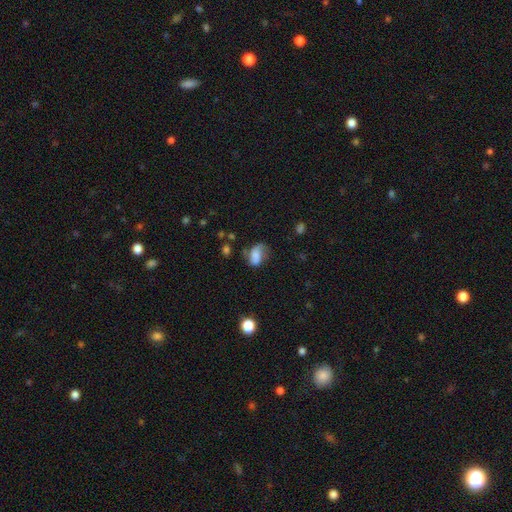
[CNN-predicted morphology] This appears to be a smooth galaxy with no disk features (66%) that is in between round and cigar-shaped (82%). Merging: none (40%).